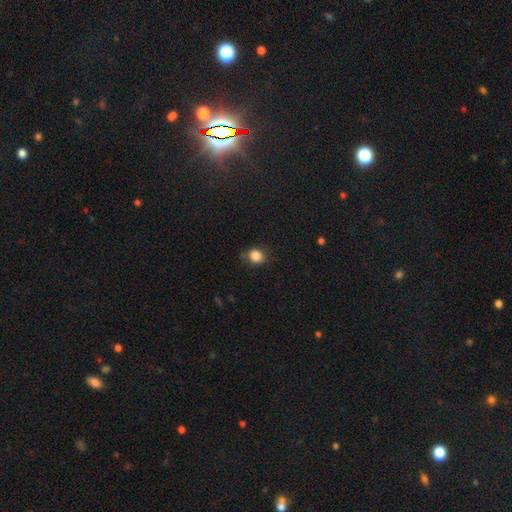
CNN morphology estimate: smooth-or-featured: smooth: 85% | star or artifact: 11% | featured or disk: 4%
  how-rounded: round: 70% | in between: 29% | cigar-shaped: 1%
  merging: none: 75% | minor disturbance: 19% | major disturbance: 4% | merger: 2%